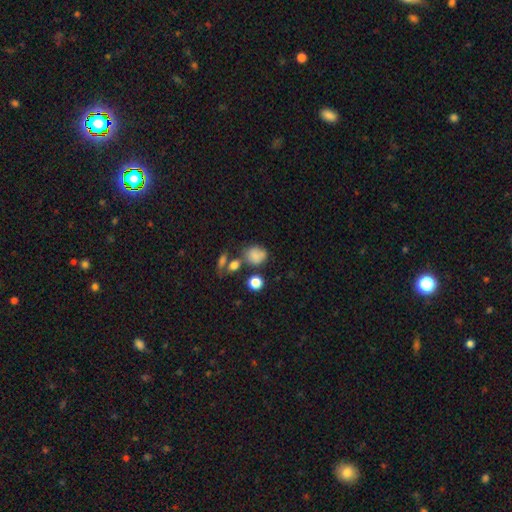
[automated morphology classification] Smooth or featured: smooth — 76% (featured or disk — 13%)
How rounded: round — 58% (in between — 41%)
Merging: none — 43% (merger — 24%)